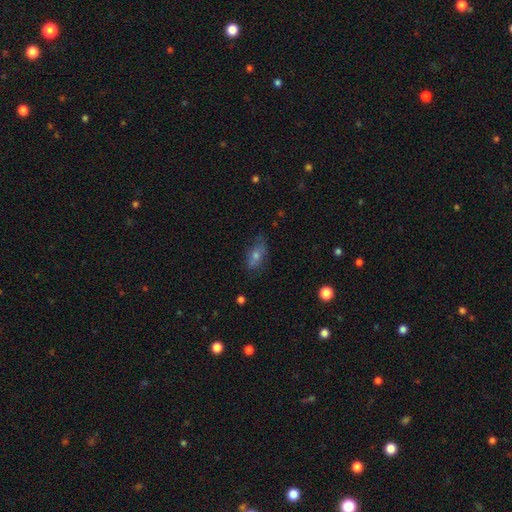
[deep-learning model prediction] A smooth galaxy with no disk features (53%) that is in between round and cigar-shaped (78%). Merging: none (69%).